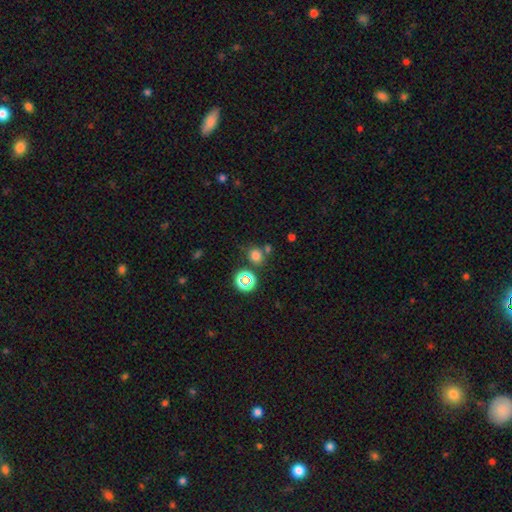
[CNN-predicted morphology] Smooth or featured? Predicted: smooth (p=0.72). How rounded? Predicted: round (p=0.77). Merging? Predicted: none (p=0.69).